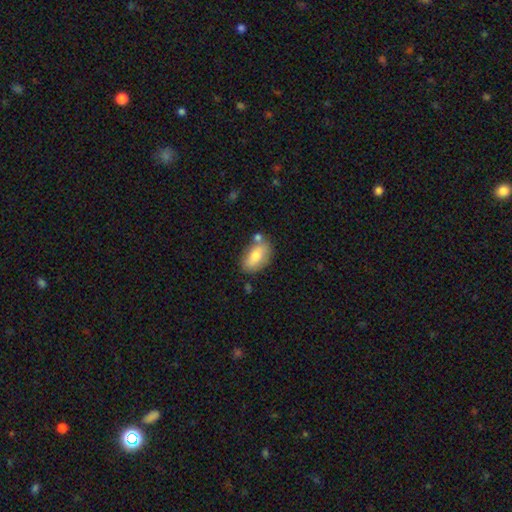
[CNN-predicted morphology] This is likely a smooth galaxy (74%). How rounded: clearly in between (91%). Merging: likely none (69%).